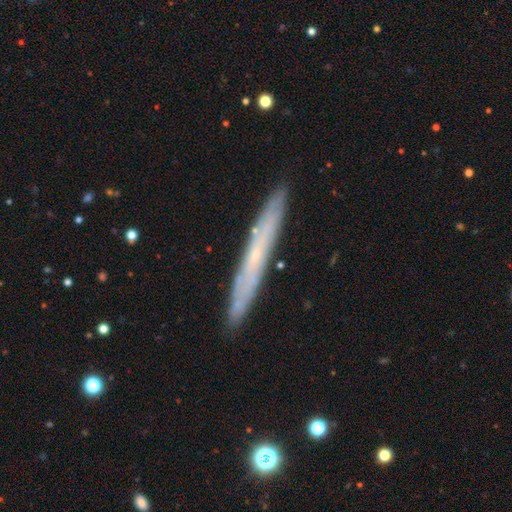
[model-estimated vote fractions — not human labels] The model was most divided on "smooth or featured": featured or disk: 64%, smooth: 29%, star or artifact: 7%. More confident: merging — none (90%); edge-on disk — yes (86%); edge-on bulge — none (67%).